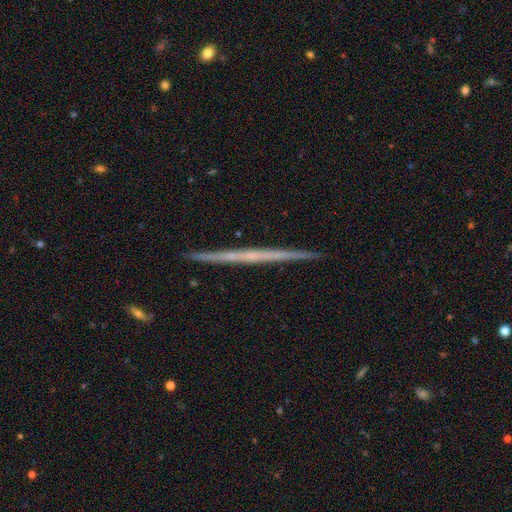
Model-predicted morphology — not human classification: smooth_or_featured: featured or disk (p=0.66) [alt: smooth p=0.28]
disk_edge_on: yes (p=0.98) [alt: no p=0.02]
edge_on_bulge: none (p=0.90) [alt: rounded p=0.07]
merging: none (p=0.93) [alt: minor disturbance p=0.05]